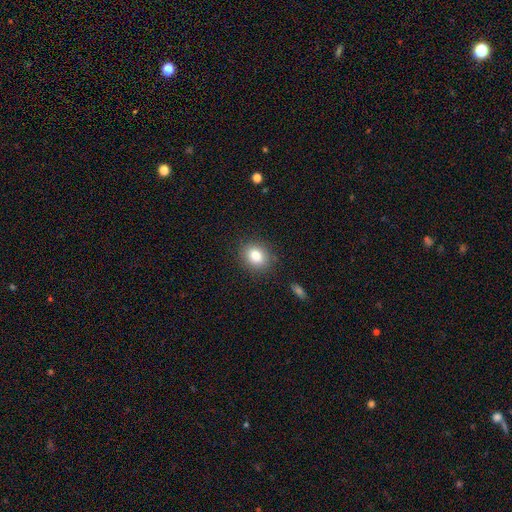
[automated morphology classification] type=smooth (82%); roundness=round (55%); merging=none (86%).